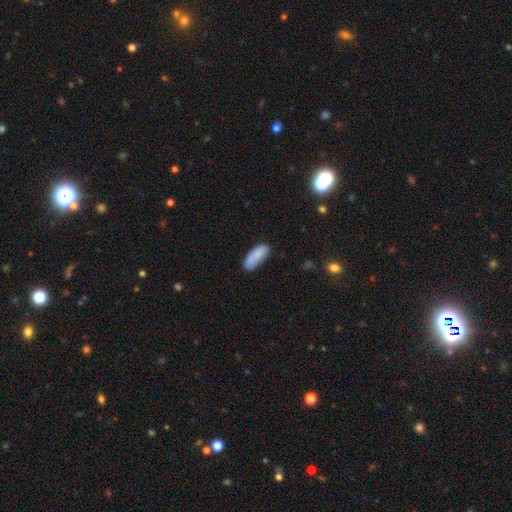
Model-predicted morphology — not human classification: A smooth galaxy with no disk features (83%) that is in between round and cigar-shaped (73%). Merging: none (71%).